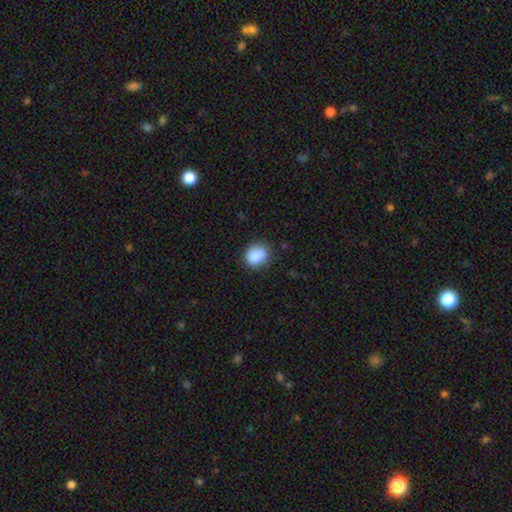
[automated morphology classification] Smooth or featured? Predicted: smooth (p=0.88). How rounded? Predicted: round (p=0.59). Merging? Predicted: none (p=0.80).